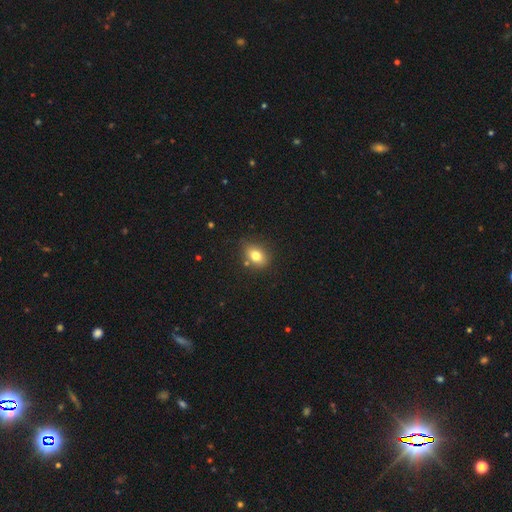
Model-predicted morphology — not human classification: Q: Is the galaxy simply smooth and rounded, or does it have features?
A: smooth — 78%.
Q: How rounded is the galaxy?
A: in between — 70%.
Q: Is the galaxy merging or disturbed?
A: none — 76%.